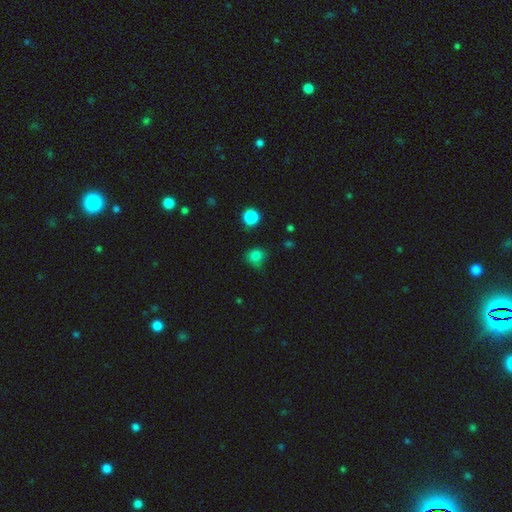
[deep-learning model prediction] smooth-or-featured: smooth: 79% | star or artifact: 15% | featured or disk: 6%
  how-rounded: round: 81% | in between: 18% | cigar-shaped: 1%
  merging: none: 66% | minor disturbance: 25% | major disturbance: 7% | merger: 2%